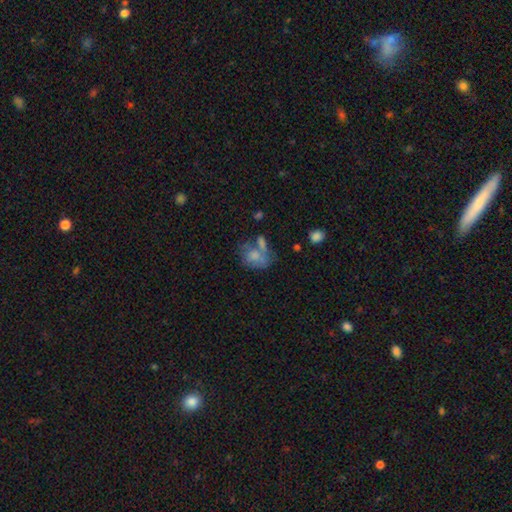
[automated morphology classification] Smooth or featured? smooth (63%)
How rounded? in between (68%)
Merging? merger (33%)